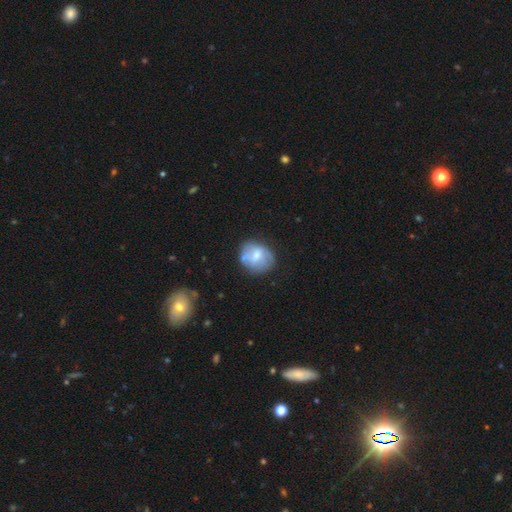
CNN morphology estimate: Q: Smooth or featured?
A: smooth (52%); runner-up: featured or disk (41%)
Q: How rounded?
A: round (66%); runner-up: in between (33%)
Q: Merging?
A: none (62%); runner-up: minor disturbance (25%)